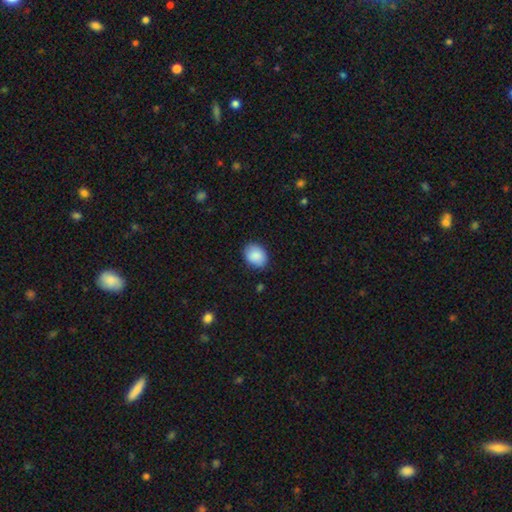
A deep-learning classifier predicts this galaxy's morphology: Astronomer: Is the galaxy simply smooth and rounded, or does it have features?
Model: smooth — 89%.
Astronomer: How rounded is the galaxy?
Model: in between — 66%.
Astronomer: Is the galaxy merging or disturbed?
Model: none — 83%.